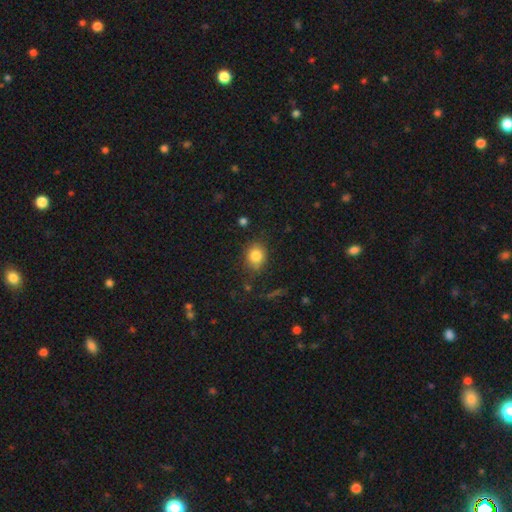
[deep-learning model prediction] Smooth or featured: smooth — 83% (star or artifact — 10%)
How rounded: round — 62% (in between — 37%)
Merging: none — 78% (minor disturbance — 15%)